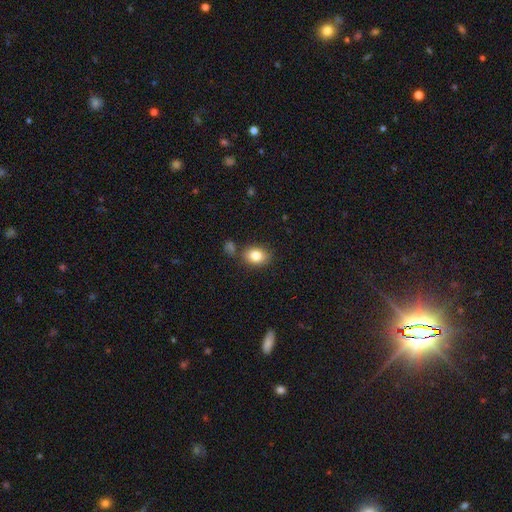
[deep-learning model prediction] This is clearly a smooth galaxy (83%). How rounded: likely in between (61%). Merging: likely none (77%).